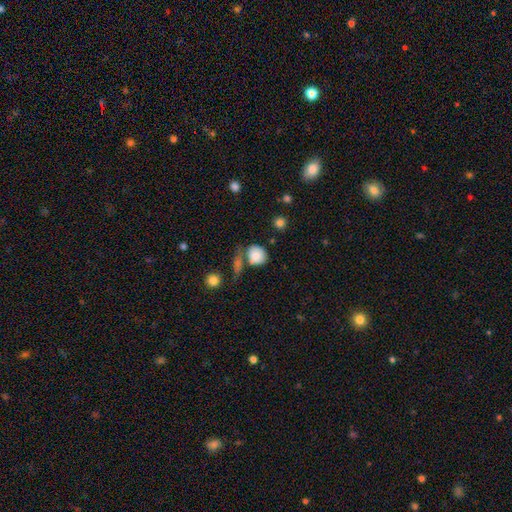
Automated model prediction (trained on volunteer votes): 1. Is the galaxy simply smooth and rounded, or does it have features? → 83% smooth, 8% star or artifact, 8% featured or disk.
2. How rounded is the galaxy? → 70% round, 29% in between, 1% cigar-shaped.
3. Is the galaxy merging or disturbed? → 52% none, 21% merger, 18% minor disturbance, 8% major disturbance.